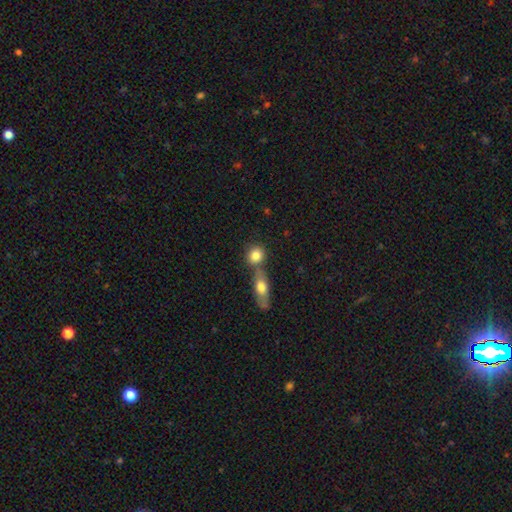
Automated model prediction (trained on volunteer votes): smooth_or_featured: smooth (p=0.82) [alt: featured or disk p=0.10]
how_rounded: round (p=0.71) [alt: in between p=0.25]
merging: none (p=0.50) [alt: merger p=0.38]